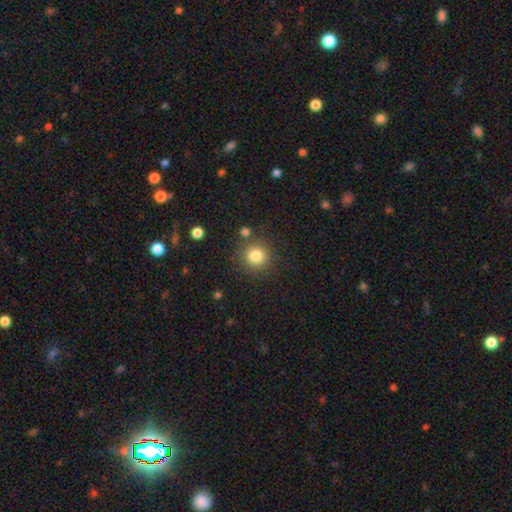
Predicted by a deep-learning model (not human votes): A smooth galaxy with no disk features (82%) that is round (92%).

Vote fractions:
- Smooth or featured? smooth: 82% / star or artifact: 12% / featured or disk: 6%
- How rounded? round: 92% / in between: 7% / cigar-shaped: 1%
- Merging? none: 83% / minor disturbance: 9% / merger: 5% / major disturbance: 3%